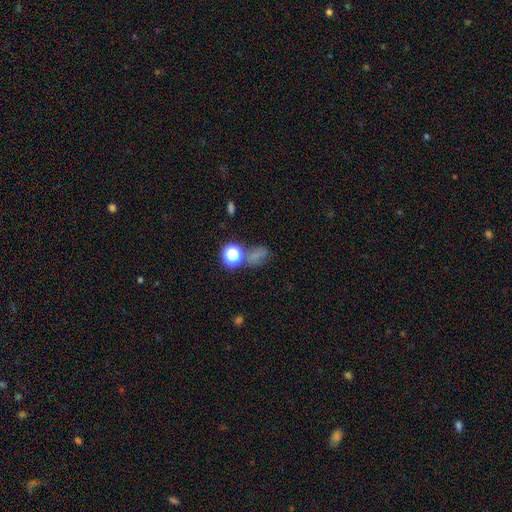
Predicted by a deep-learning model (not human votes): smooth 48%, star or artifact 42%, featured or disk 11%. Down the decision tree: merging — none (58%).